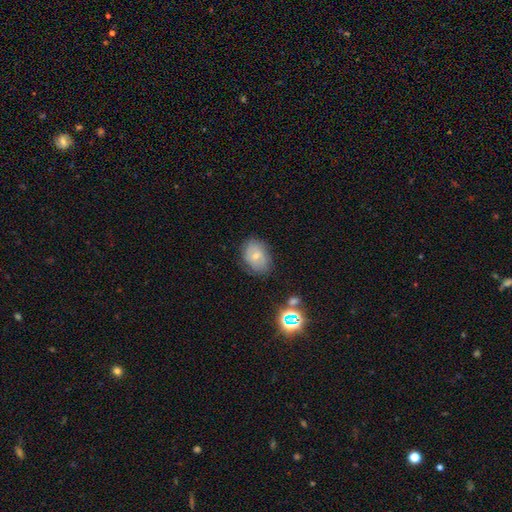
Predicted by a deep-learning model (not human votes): Overall: smooth (60%; featured or disk 28%). How rounded: in between (72%). Merging: none (73%).